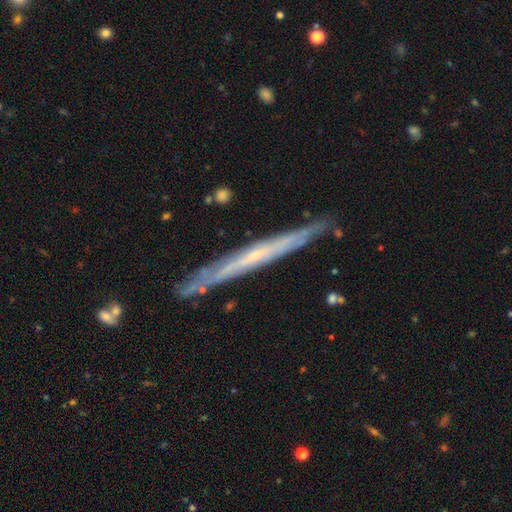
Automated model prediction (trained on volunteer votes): Smooth or featured? featured or disk (68%)
Edge-on disk? yes (92%)
Edge-on bulge? none (77%)
Merging? none (85%)